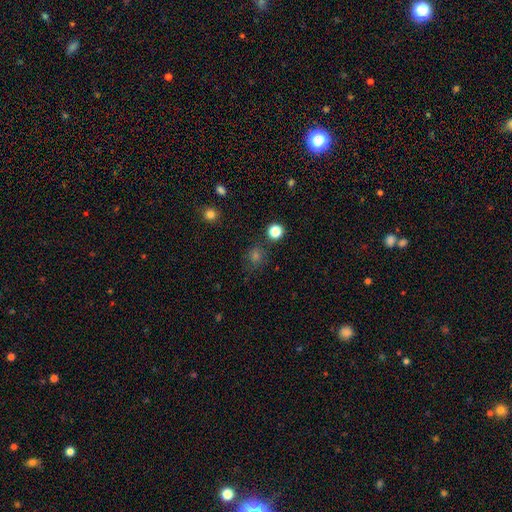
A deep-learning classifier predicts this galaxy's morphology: A smooth galaxy with no disk features (61%) that is round (79%).

Vote fractions:
- Smooth or featured? smooth: 61% / star or artifact: 31% / featured or disk: 8%
- How rounded? round: 79% / in between: 20% / cigar-shaped: 1%
- Merging? none: 78% / minor disturbance: 13% / major disturbance: 5% / merger: 4%